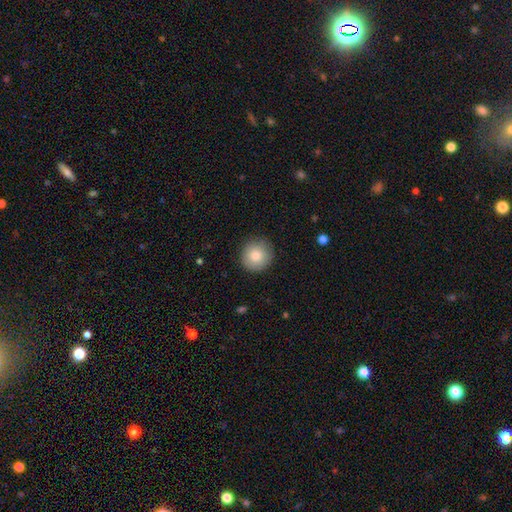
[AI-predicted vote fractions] Overall: smooth (83%). How rounded: round (93%). Merging: none (89%).